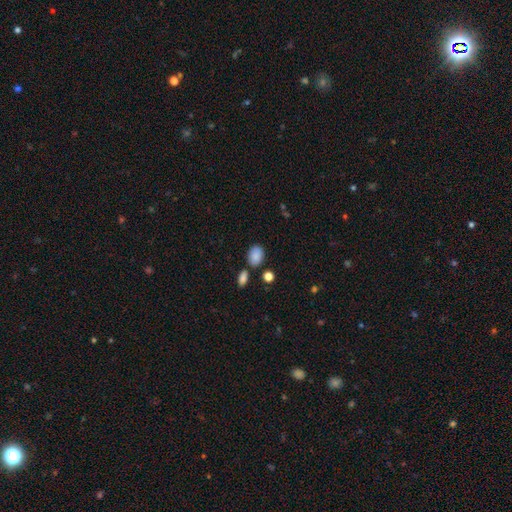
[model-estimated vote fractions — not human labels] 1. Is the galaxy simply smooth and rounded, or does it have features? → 87% smooth, 8% star or artifact, 5% featured or disk.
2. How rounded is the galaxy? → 79% in between, 19% round, 1% cigar-shaped.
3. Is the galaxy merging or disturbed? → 72% none, 14% minor disturbance, 10% merger, 4% major disturbance.